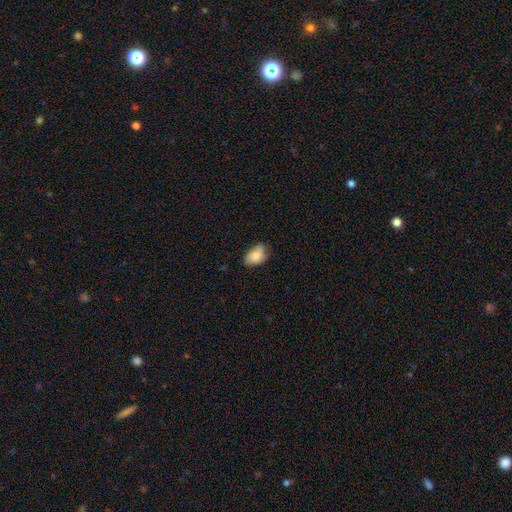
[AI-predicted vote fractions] A smooth galaxy with no disk features (79%) that is in between round and cigar-shaped (85%). Merging: none (59%).